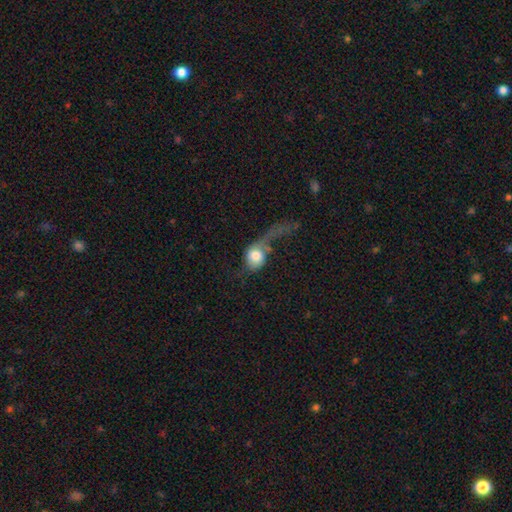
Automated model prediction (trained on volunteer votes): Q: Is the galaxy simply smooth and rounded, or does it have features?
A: smooth — 58%.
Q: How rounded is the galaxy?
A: round — 62%.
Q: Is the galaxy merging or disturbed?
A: major disturbance — 64%.